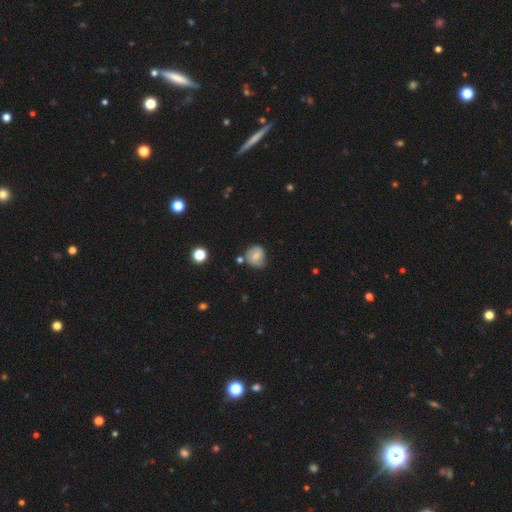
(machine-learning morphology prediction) smooth 59%, featured or disk 31%, star or artifact 10%. Down the decision tree: how rounded — round (78%); merging — none (62%).